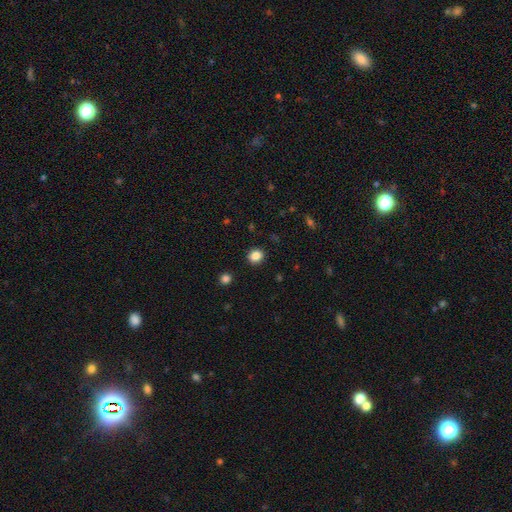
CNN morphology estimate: Smooth or featured? Predicted: smooth (p=0.86). How rounded? Predicted: round (p=0.80). Merging? Predicted: none (p=0.91).